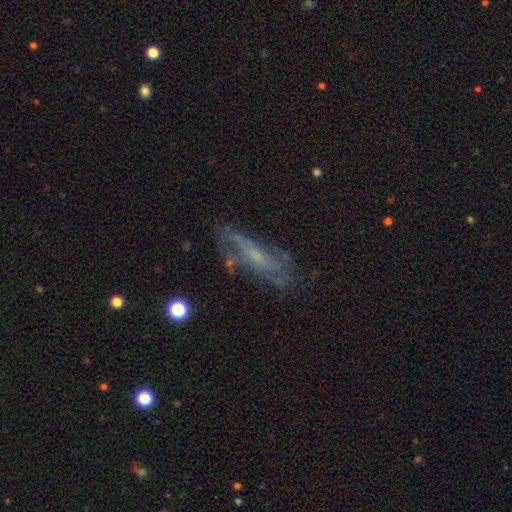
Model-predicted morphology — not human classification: This is likely a featured or disk galaxy (61%). It is likely not viewed edge-on (64%). Merging: possibly none (59%).